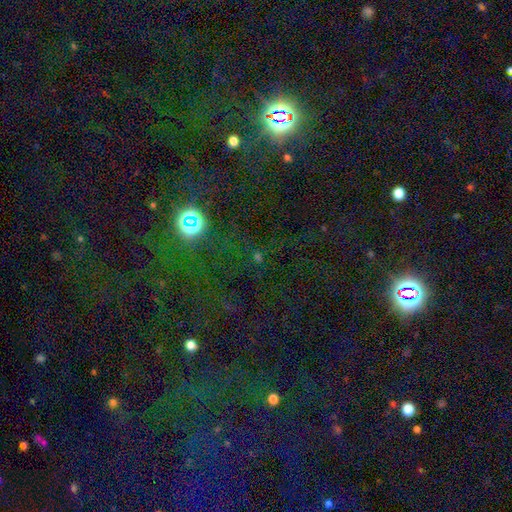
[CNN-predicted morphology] Q: Smooth or featured?
A: star or artifact (71%); runner-up: smooth (21%)